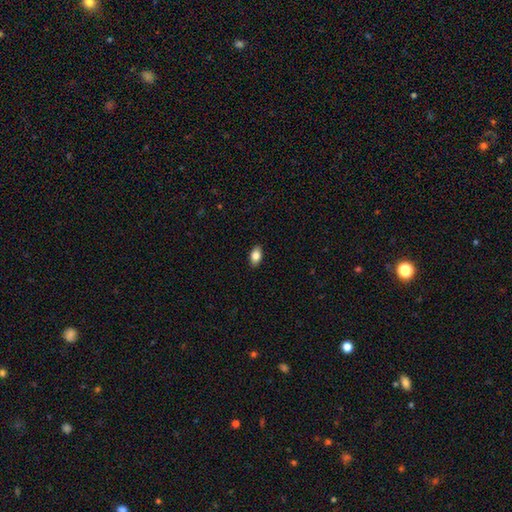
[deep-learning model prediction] Smooth or featured? Predicted: smooth (p=0.83). How rounded? Predicted: in between (p=0.90). Merging? Predicted: none (p=0.89).